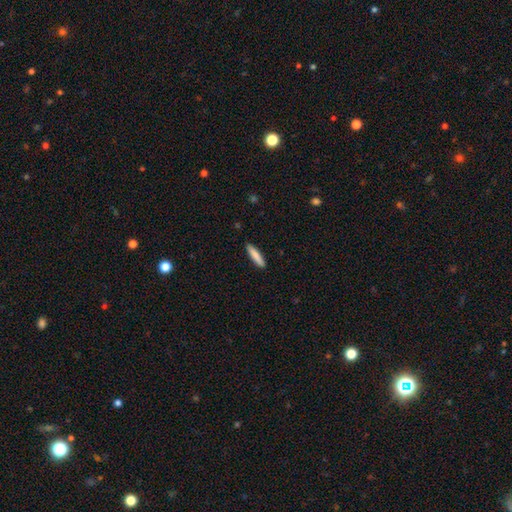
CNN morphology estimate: Smooth or featured: smooth — 85% (featured or disk — 10%)
How rounded: cigar-shaped — 85% (in between — 14%)
Merging: none — 90% (minor disturbance — 7%)